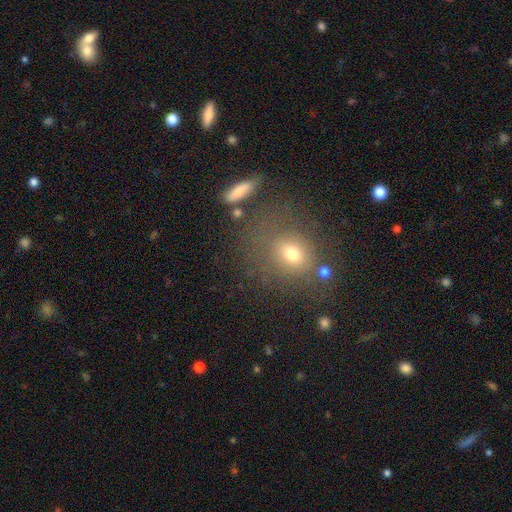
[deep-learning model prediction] smooth-or-featured: smooth: 60% | star or artifact: 27% | featured or disk: 13%
  how-rounded: round: 71% | in between: 27% | cigar-shaped: 2%
  merging: none: 71% | minor disturbance: 13% | merger: 10% | major disturbance: 6%